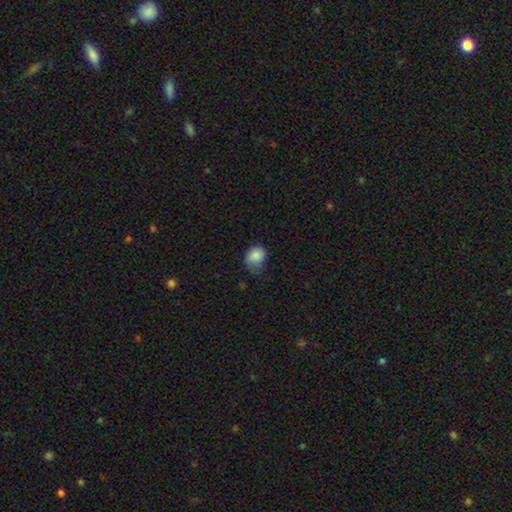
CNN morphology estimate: smooth 85%, star or artifact 8%, featured or disk 8%. Down the decision tree: how rounded — round (51%); merging — minor disturbance (43%).